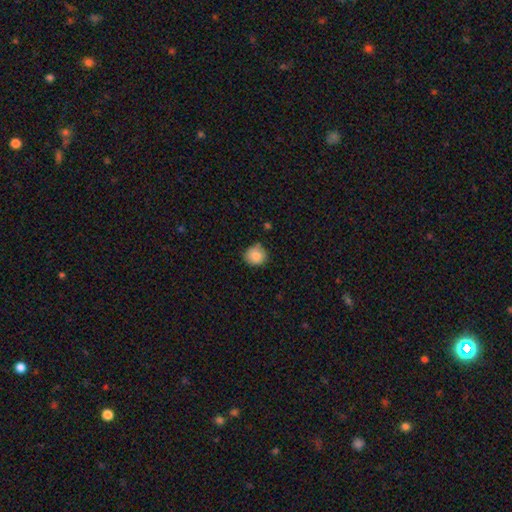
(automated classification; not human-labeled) Smooth or featured? Predicted: smooth (p=0.85). How rounded? Predicted: round (p=0.85). Merging? Predicted: none (p=0.70).